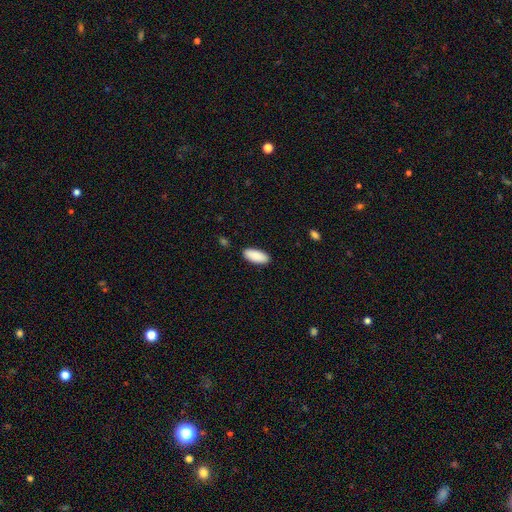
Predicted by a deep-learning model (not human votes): Smooth or featured: smooth — 90% (star or artifact — 6%)
How rounded: in between — 86% (cigar-shaped — 12%)
Merging: none — 89% (minor disturbance — 8%)